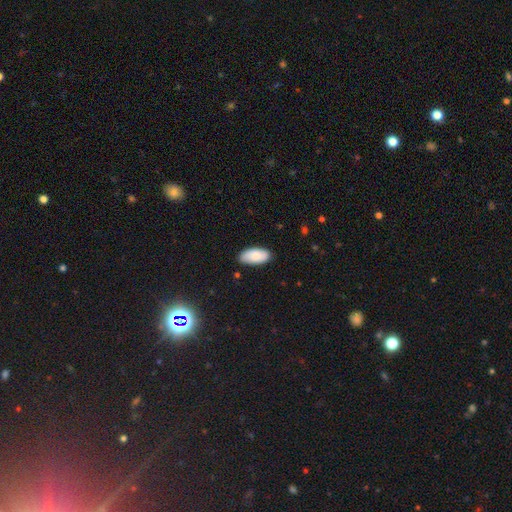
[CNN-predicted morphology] Smooth or featured? smooth (82%)
How rounded? in between (93%)
Merging? none (83%)